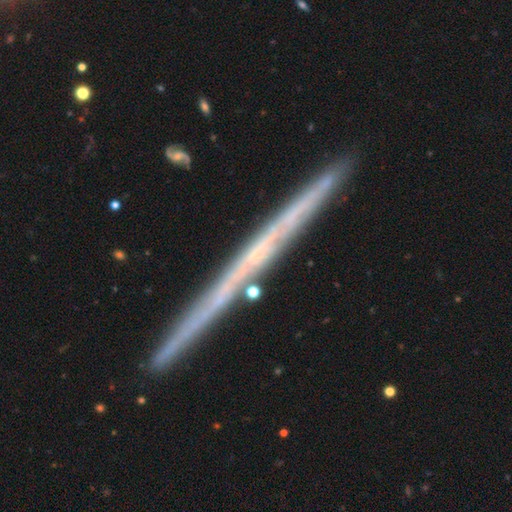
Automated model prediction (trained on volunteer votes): This appears to be a featured or disk galaxy (70%) viewed edge-on (97%) with no central bulge (88%). Merging: none (90%).